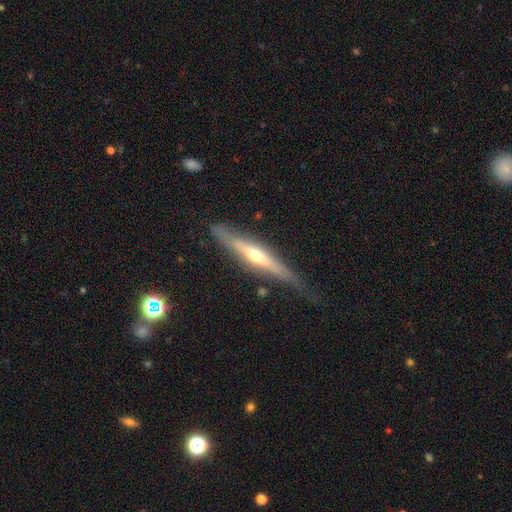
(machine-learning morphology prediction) Overall: featured or disk (70%). Edge-on disk: yes (92%). Edge-on bulge: rounded (79%). Merging: none (70%).